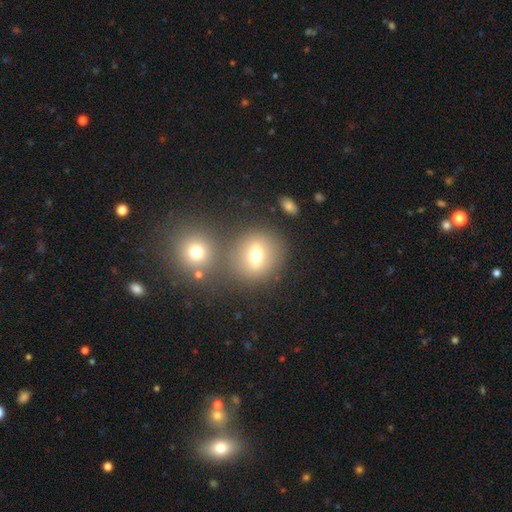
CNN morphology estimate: The model was most divided on "smooth or featured": smooth: 66%, featured or disk: 21%, star or artifact: 13%. More confident: how rounded — round (73%); merging — none (68%).